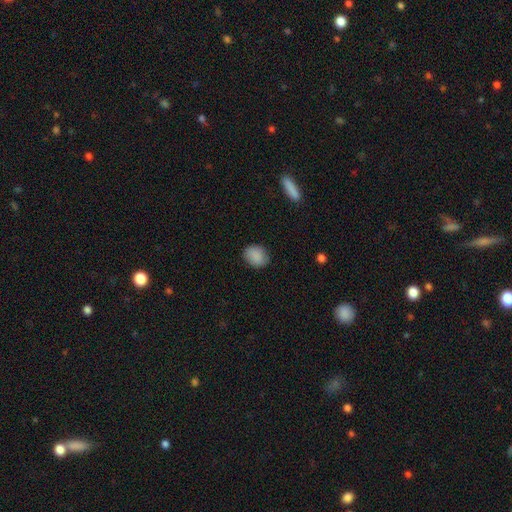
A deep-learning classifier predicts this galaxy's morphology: smooth 88%, star or artifact 8%, featured or disk 4%. Down the decision tree: how rounded — in between (51%); merging — none (83%).